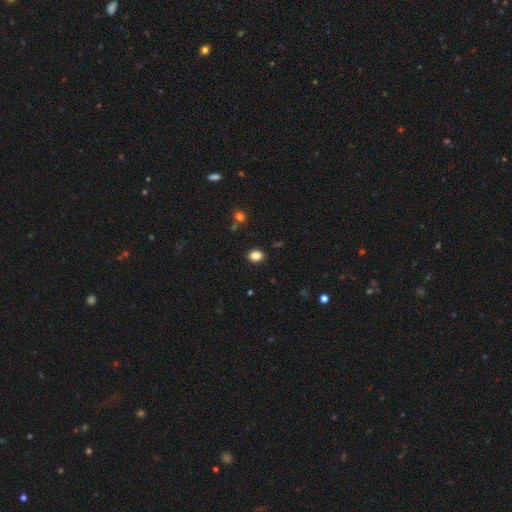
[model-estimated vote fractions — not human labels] This appears to be a smooth galaxy with no disk features (85%) that is in between round and cigar-shaped (58%). Merging: none (89%).